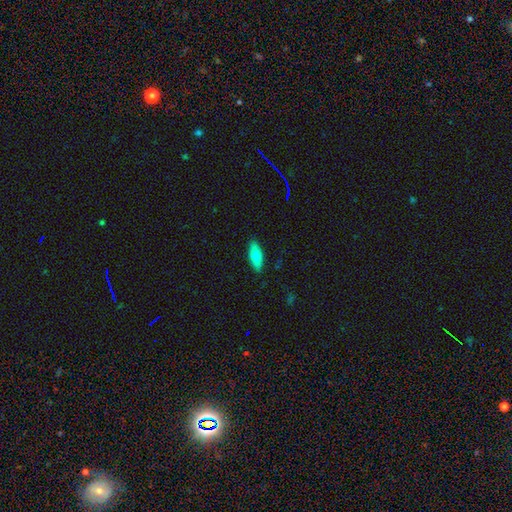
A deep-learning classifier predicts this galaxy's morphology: The model was most divided on "how rounded": in between: 66%, cigar-shaped: 31%, round: 3%. More confident: merging — none (89%); smooth or featured — smooth (70%).